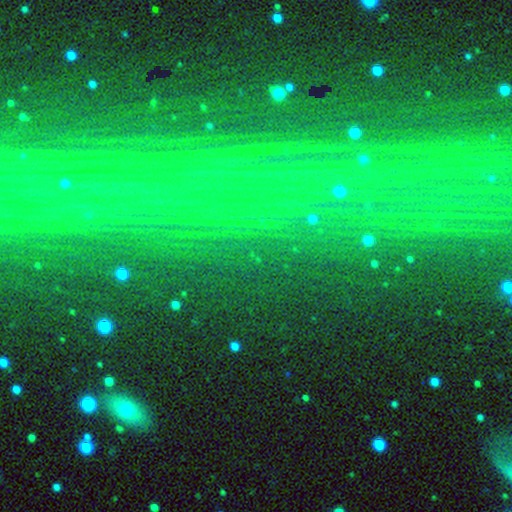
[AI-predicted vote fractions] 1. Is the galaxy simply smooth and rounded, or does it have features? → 81% star or artifact, 10% featured or disk, 9% smooth.